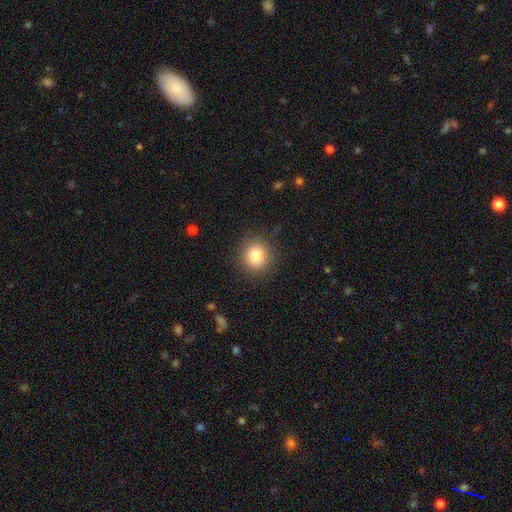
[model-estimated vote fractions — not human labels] Q: Smooth or featured?
A: smooth (82%); runner-up: star or artifact (11%)
Q: How rounded?
A: round (86%); runner-up: in between (13%)
Q: Merging?
A: none (87%); runner-up: minor disturbance (8%)